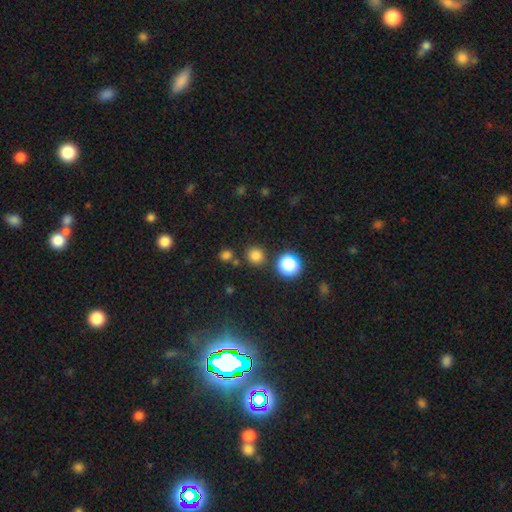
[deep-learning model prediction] Overall: smooth (79%). How rounded: round (92%). Merging: none (84%).